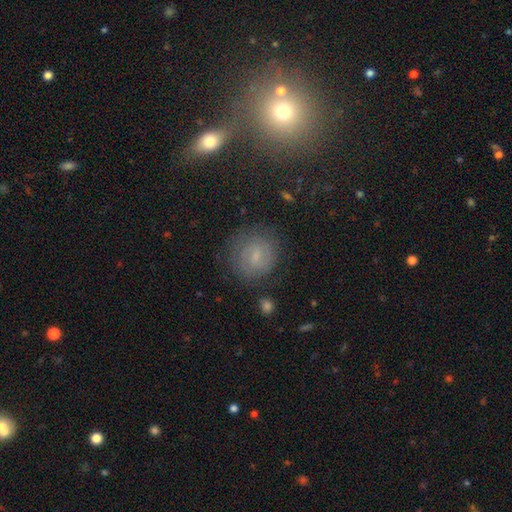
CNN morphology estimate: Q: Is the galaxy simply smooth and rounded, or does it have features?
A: featured or disk — 48%.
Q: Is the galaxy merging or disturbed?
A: none — 78%.